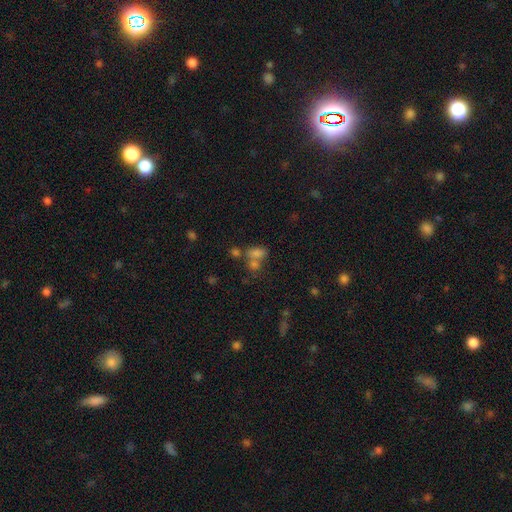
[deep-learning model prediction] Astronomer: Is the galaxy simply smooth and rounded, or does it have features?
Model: smooth — 72%.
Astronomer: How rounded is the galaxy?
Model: in between — 79%.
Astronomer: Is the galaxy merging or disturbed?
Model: merger — 45% (runner-up: none, 38%).